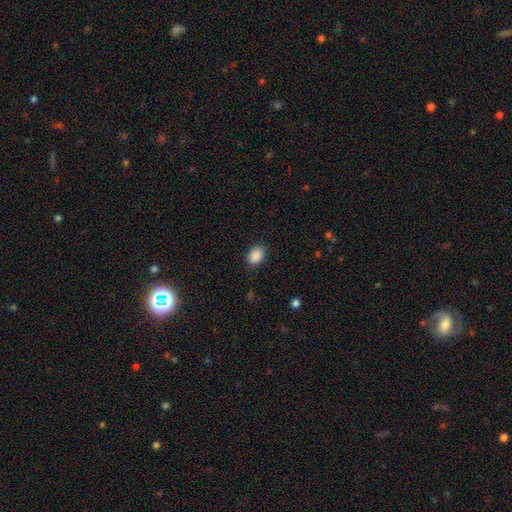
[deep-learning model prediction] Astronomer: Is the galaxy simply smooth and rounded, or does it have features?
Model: smooth — 89%.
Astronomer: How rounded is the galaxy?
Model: in between — 75%.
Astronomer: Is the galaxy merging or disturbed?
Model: none — 87%.